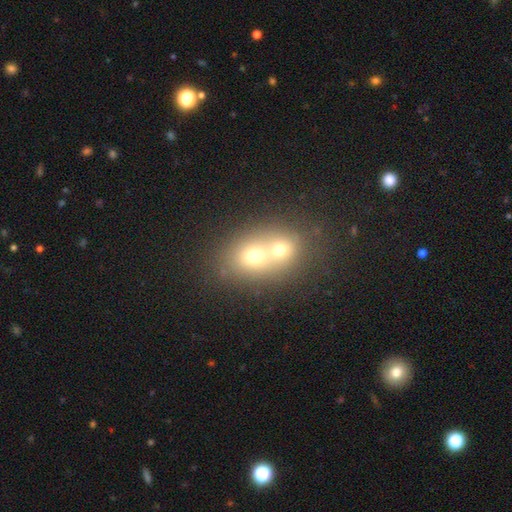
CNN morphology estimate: A smooth galaxy with no disk features (63%) that is in between round and cigar-shaped (51%).

Vote fractions:
- Smooth or featured? smooth: 63% / featured or disk: 25% / star or artifact: 12%
- How rounded? in between: 51% / round: 47% / cigar-shaped: 1%
- Merging? merger: 73% / none: 19% / minor disturbance: 5% / major disturbance: 3%